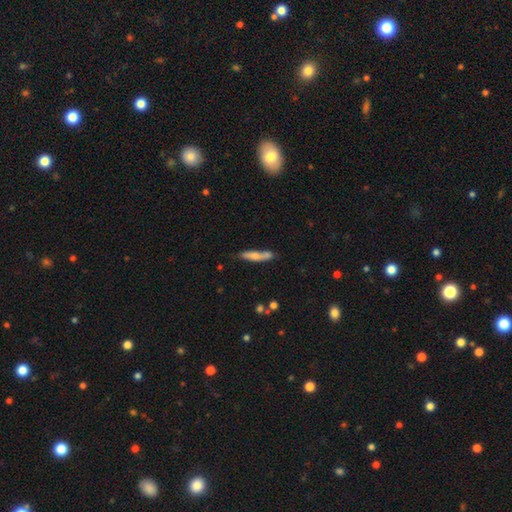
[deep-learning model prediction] Morphology: type=smooth (64%); roundness=cigar-shaped (85%); merging=none (63%).